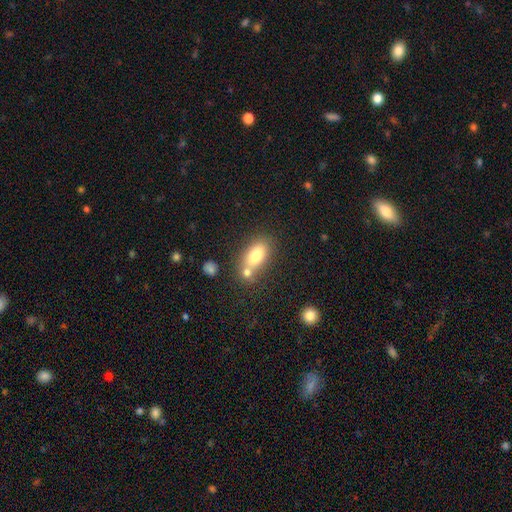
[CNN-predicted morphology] A smooth galaxy with no disk features (77%) that is in between round and cigar-shaped (84%). Merging: none (50%).